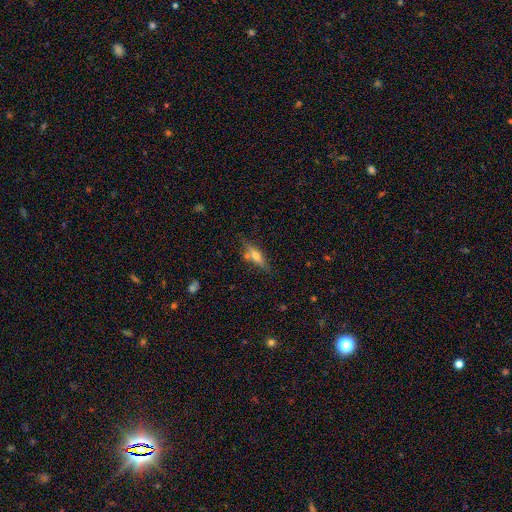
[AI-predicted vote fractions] smooth-or-featured: featured or disk: 50% | smooth: 41% | star or artifact: 9%
  disk-edge-on: yes: 89% | no: 11%
  merging: none: 73% | minor disturbance: 14% | merger: 9% | major disturbance: 4%